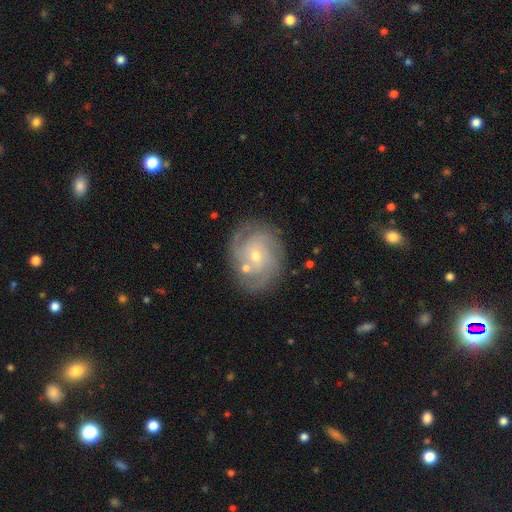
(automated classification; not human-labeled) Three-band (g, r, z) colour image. It shows a featured or disk galaxy (79%) with no bar (74%), 3 (29%) tight (62%) spiral arms (93%) and a small central bulge (61%). Merging: none (75%).